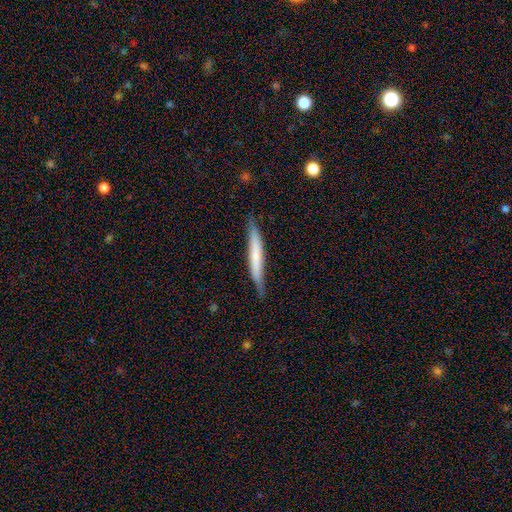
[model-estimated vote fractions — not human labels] A smooth galaxy with no disk features (60%) that is cigar-shaped (95%). Merging: none (78%).